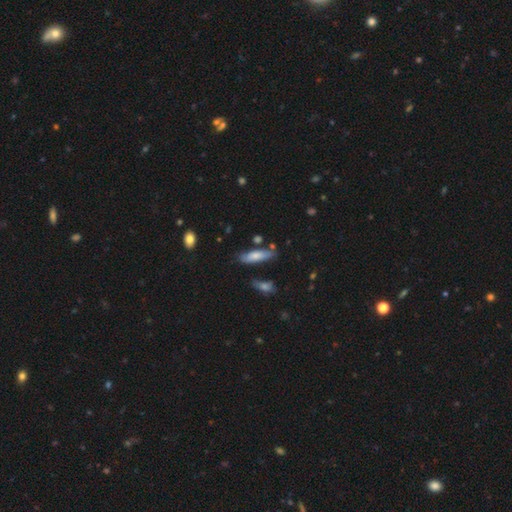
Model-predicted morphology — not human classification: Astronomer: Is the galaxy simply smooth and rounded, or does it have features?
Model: smooth — 72%.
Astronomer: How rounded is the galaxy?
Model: in between — 51% (runner-up: cigar-shaped, 47%).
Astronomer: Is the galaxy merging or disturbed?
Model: none — 67%.